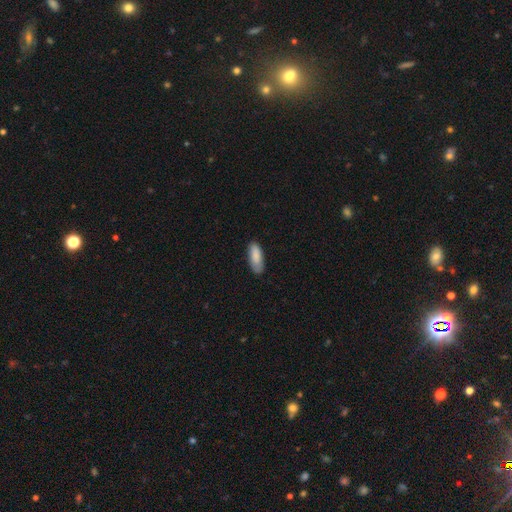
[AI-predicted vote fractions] Smooth or featured? smooth (87%)
How rounded? in between (72%)
Merging? none (79%)